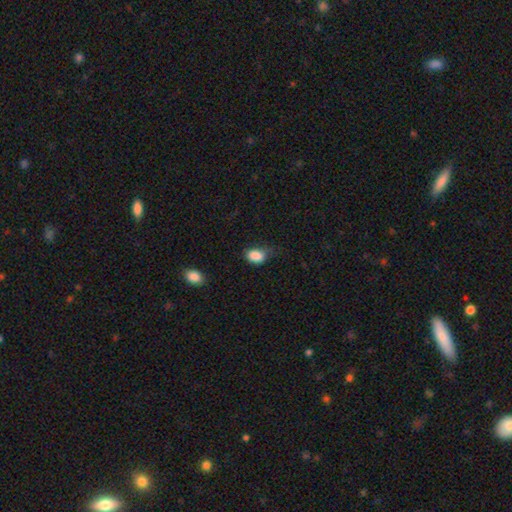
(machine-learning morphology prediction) smooth 86%, star or artifact 9%, featured or disk 5%. Down the decision tree: how rounded — in between (78%); merging — none (49%).